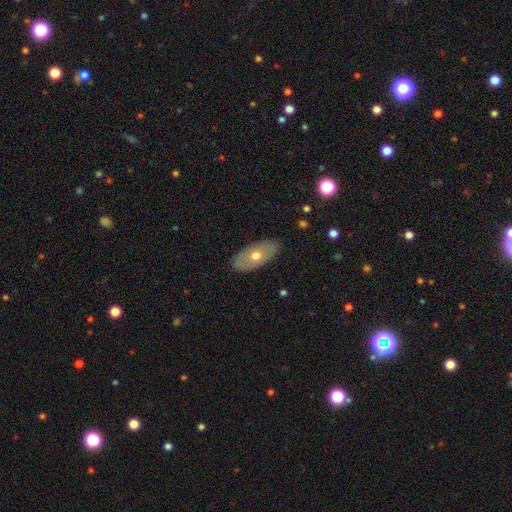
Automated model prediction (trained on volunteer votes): This is possibly a smooth galaxy (55%). How rounded: clearly in between (89%). Merging: clearly none (85%).